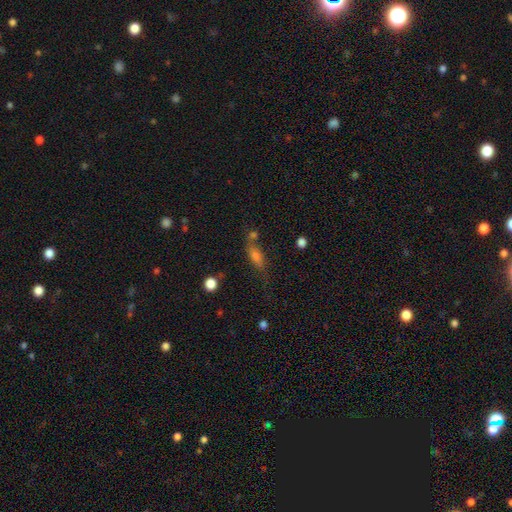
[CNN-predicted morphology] A smooth galaxy with no disk features (60%) that is in between round and cigar-shaped (54%).

Vote fractions:
- Smooth or featured? smooth: 60% / featured or disk: 24% / star or artifact: 17%
- How rounded? in between: 54% / cigar-shaped: 39% / round: 7%
- Merging? none: 56% / minor disturbance: 19% / merger: 14% / major disturbance: 10%